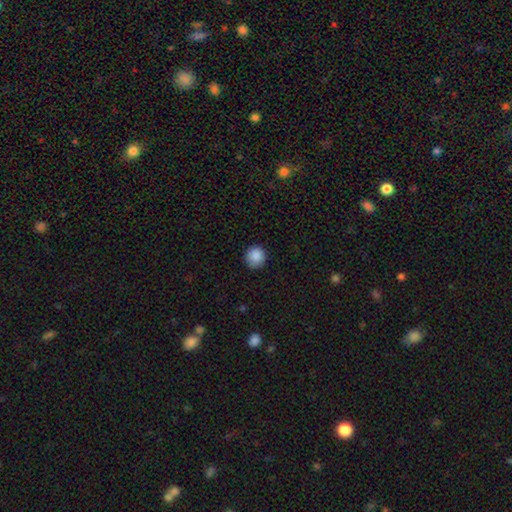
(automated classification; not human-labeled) Overall: smooth (88%). How rounded: round (93%). Merging: none (89%).